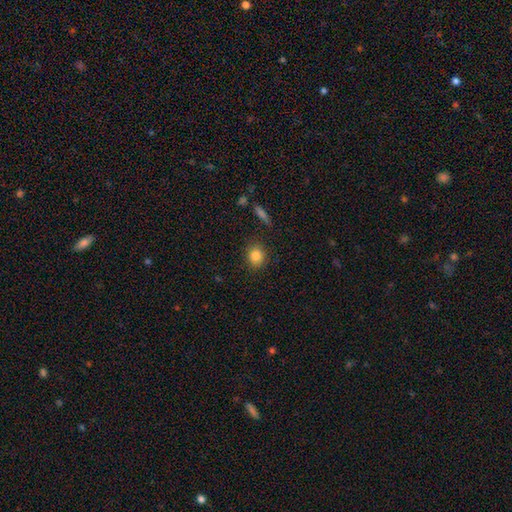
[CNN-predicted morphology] Smooth or featured?
  - smooth: 84% *
  - star or artifact: 10%
  - featured or disk: 6%
How rounded?
  - round: 75% *
  - in between: 24%
  - cigar-shaped: 1%
Merging?
  - none: 88% *
  - minor disturbance: 8%
  - major disturbance: 2%
  - merger: 2%